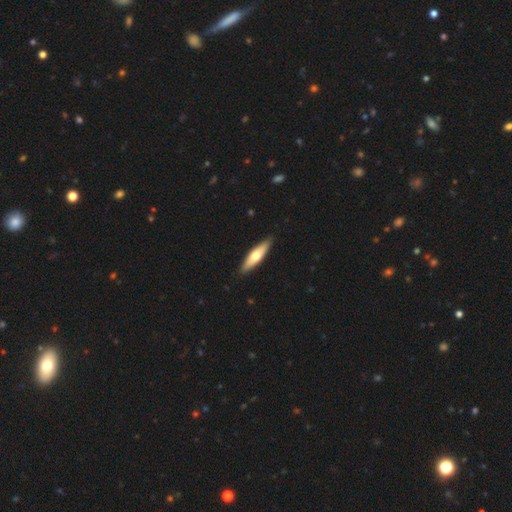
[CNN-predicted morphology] A smooth galaxy with no disk features (52%) that is cigar-shaped (64%).

Vote fractions:
- Smooth or featured? smooth: 52% / featured or disk: 43% / star or artifact: 5%
- How rounded? cigar-shaped: 64% / in between: 34% / round: 2%
- Merging? none: 89% / minor disturbance: 8% / major disturbance: 2% / merger: 1%